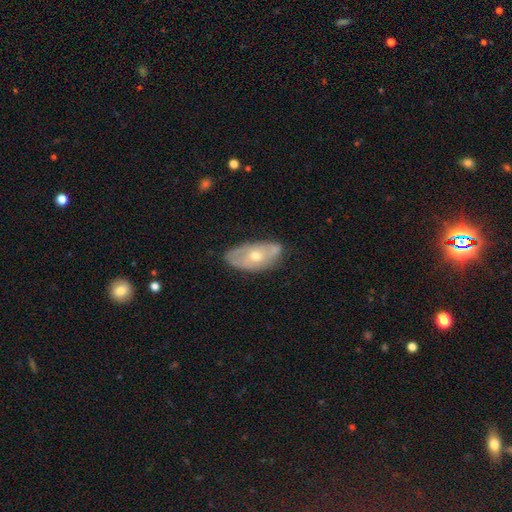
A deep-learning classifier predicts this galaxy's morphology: A featured or disk galaxy (53%).

Vote fractions:
- Smooth or featured? featured or disk: 53% / smooth: 40% / star or artifact: 7%
- Edge-on disk? no: 86% / yes: 14%
- Merging? none: 61% / minor disturbance: 28% / major disturbance: 7% / merger: 4%